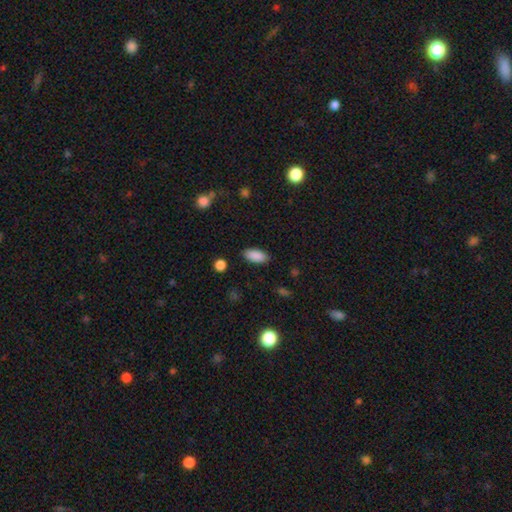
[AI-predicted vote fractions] smooth_or_featured: smooth (p=0.89) [alt: star or artifact p=0.07]
how_rounded: in between (p=0.90) [alt: cigar-shaped p=0.07]
merging: none (p=0.88) [alt: minor disturbance p=0.09]